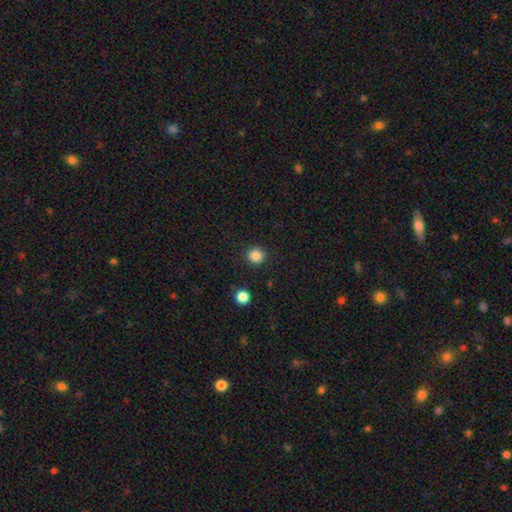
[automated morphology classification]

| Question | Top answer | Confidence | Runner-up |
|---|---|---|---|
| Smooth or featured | smooth | 85% | star or artifact (11%) |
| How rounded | round | 93% | in between (6%) |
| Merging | none | 90% | minor disturbance (6%) |